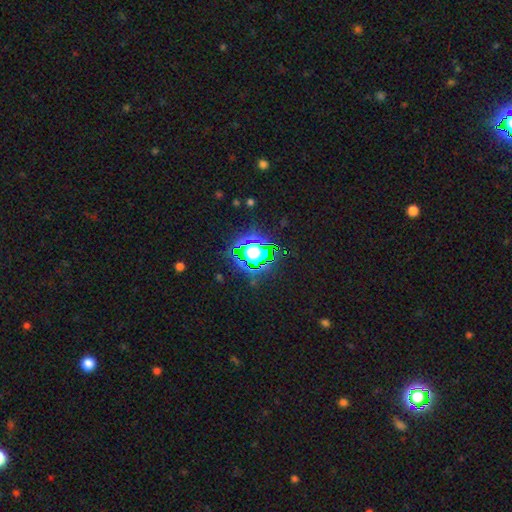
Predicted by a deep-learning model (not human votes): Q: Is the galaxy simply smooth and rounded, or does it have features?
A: star or artifact — 61%.